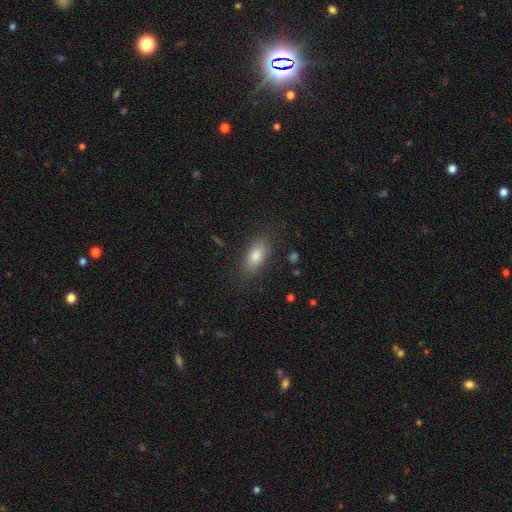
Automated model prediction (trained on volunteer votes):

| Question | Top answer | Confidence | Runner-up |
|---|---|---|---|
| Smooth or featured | smooth | 79% | featured or disk (12%) |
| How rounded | in between | 83% | cigar-shaped (12%) |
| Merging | none | 84% | minor disturbance (11%) |